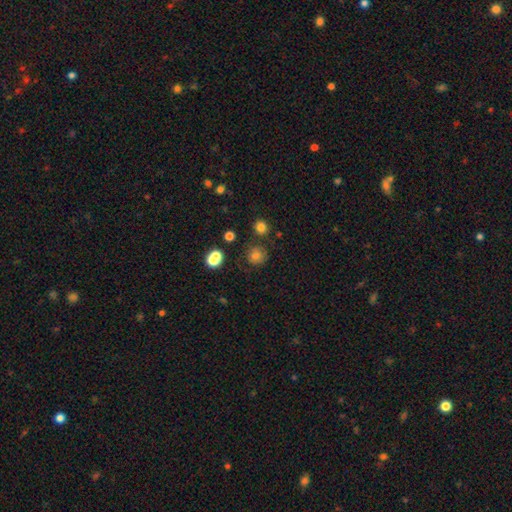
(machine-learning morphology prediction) smooth 75%, star or artifact 15%, featured or disk 9%. Down the decision tree: how rounded — round (89%); merging — none (78%).